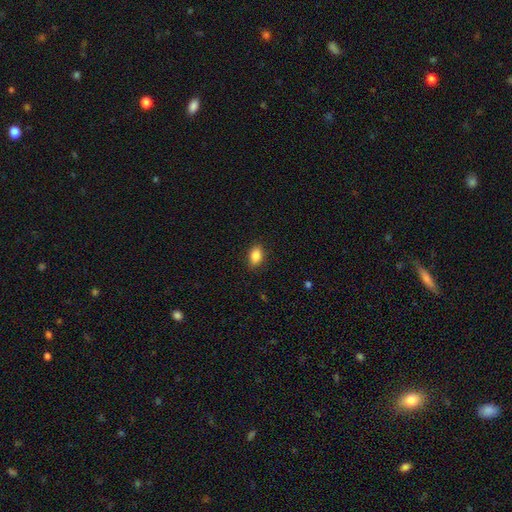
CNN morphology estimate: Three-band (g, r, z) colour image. It shows a smooth galaxy with no disk features (87%) that is in between round and cigar-shaped (86%). Merging: none (88%).